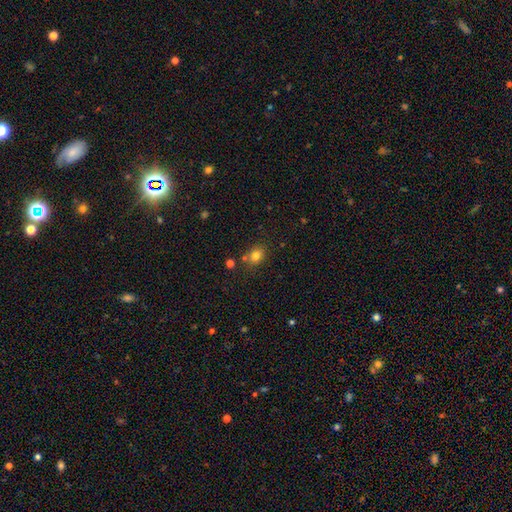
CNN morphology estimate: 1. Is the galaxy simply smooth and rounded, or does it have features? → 79% smooth, 13% star or artifact, 8% featured or disk.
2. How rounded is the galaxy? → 53% round, 46% in between, 1% cigar-shaped.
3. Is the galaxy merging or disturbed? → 73% none, 13% minor disturbance, 11% merger, 4% major disturbance.